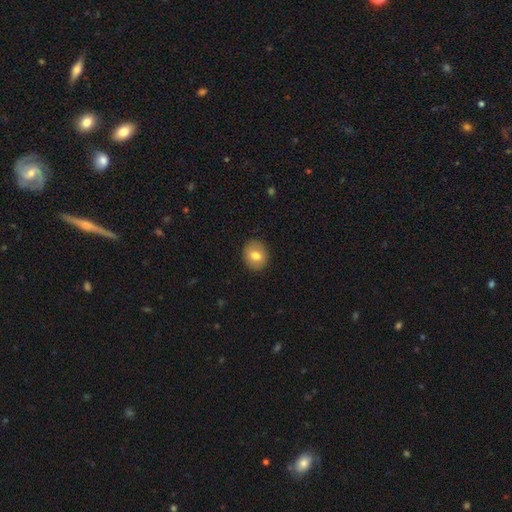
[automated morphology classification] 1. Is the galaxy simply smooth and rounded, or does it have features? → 76% smooth, 16% featured or disk, 8% star or artifact.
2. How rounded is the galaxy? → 66% round, 33% in between, 1% cigar-shaped.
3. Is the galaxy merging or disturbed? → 89% none, 8% minor disturbance, 2% major disturbance, 1% merger.